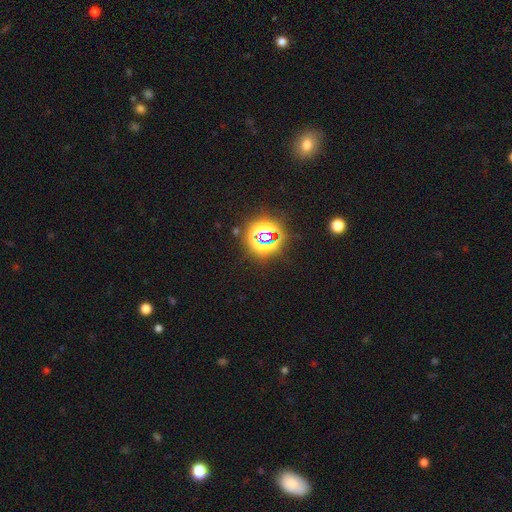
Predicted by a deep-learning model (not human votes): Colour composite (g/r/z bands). It shows a star or artifact, not a galaxy (80%).